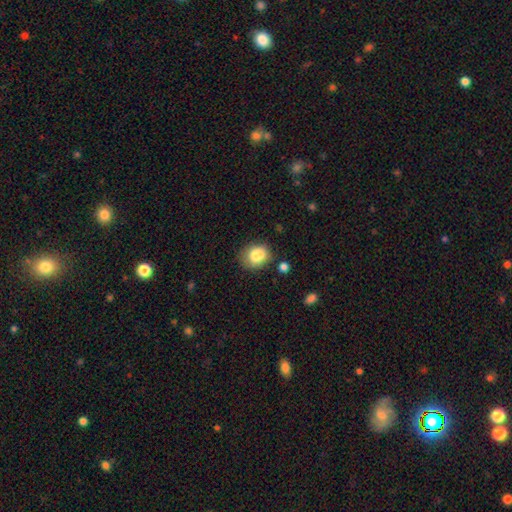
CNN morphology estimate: A smooth galaxy with no disk features (81%) that is round (59%). Merging: none (62%).